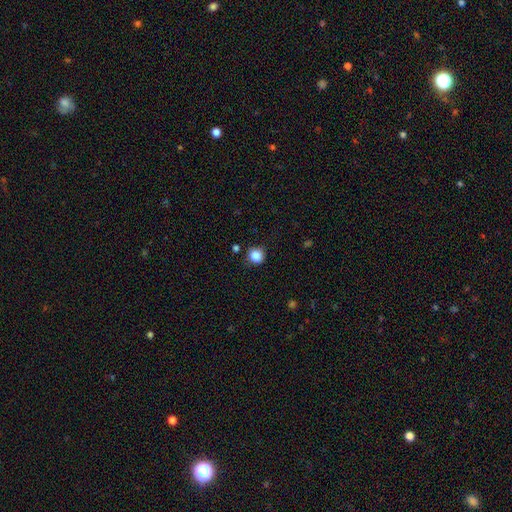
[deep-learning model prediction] Smooth or featured? Predicted: smooth (p=0.86). How rounded? Predicted: round (p=0.90). Merging? Predicted: none (p=0.86).